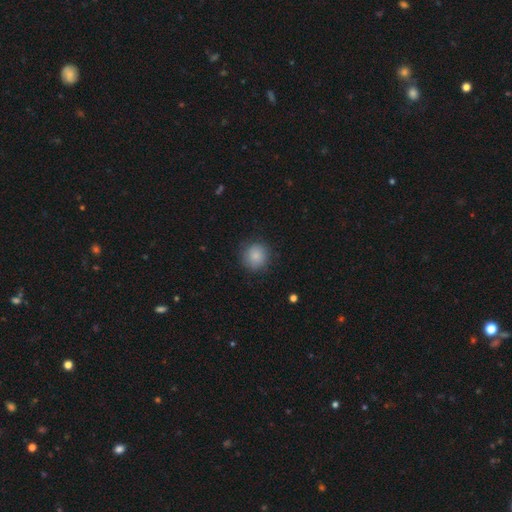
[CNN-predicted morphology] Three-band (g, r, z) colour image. It shows a smooth galaxy with no disk features (85%) that is round (92%). Merging: none (85%).